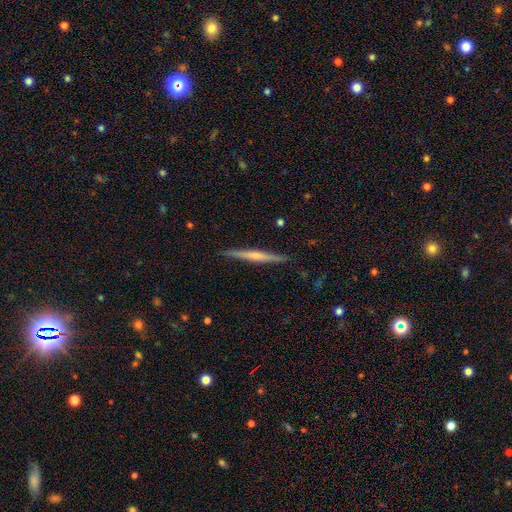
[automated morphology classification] Smooth or featured? featured or disk (61%)
Edge-on disk? yes (98%)
Edge-on bulge? rounded (44%)
Merging? none (91%)